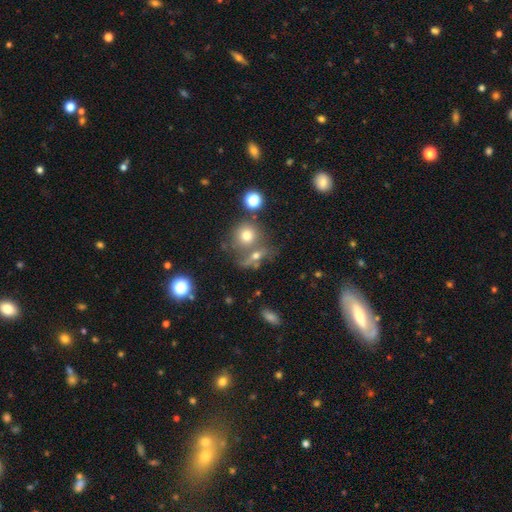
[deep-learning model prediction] smooth_or_featured: smooth (p=0.55) [alt: featured or disk p=0.26]
how_rounded: round (p=0.54) [alt: in between p=0.35]
merging: none (p=0.45) [alt: merger p=0.35]